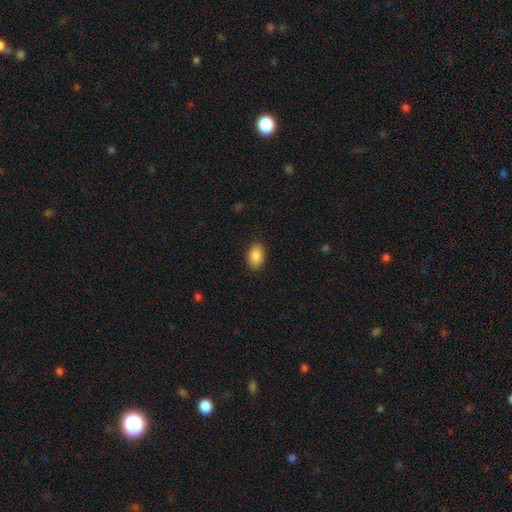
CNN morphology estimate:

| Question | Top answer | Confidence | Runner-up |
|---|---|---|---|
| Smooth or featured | smooth | 88% | star or artifact (7%) |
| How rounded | in between | 90% | round (9%) |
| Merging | none | 88% | minor disturbance (8%) |